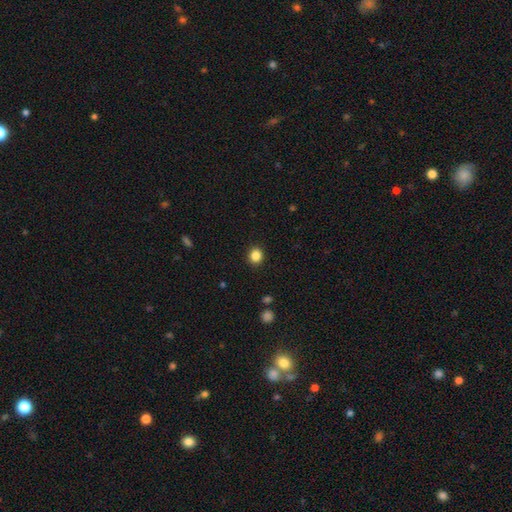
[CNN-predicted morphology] This is clearly a smooth galaxy (85%). How rounded: clearly round (80%). Merging: clearly none (91%).